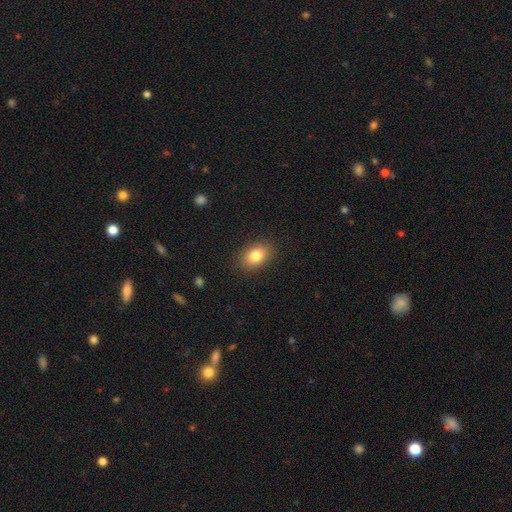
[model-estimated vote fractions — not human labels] smooth-or-featured: smooth: 81% | featured or disk: 10% | star or artifact: 9%
  how-rounded: in between: 80% | round: 19% | cigar-shaped: 1%
  merging: none: 88% | minor disturbance: 9% | major disturbance: 2% | merger: 1%